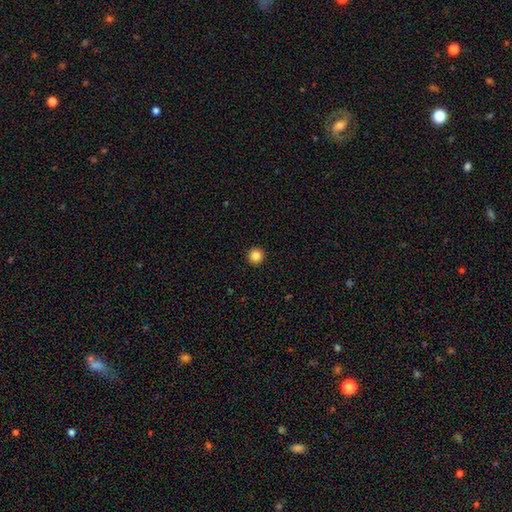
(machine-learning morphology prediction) Smooth or featured?
  - smooth: 85% *
  - star or artifact: 11%
  - featured or disk: 4%
How rounded?
  - round: 96% *
  - in between: 3%
  - cigar-shaped: 1%
Merging?
  - none: 94% *
  - minor disturbance: 4%
  - major disturbance: 1%
  - merger: 1%